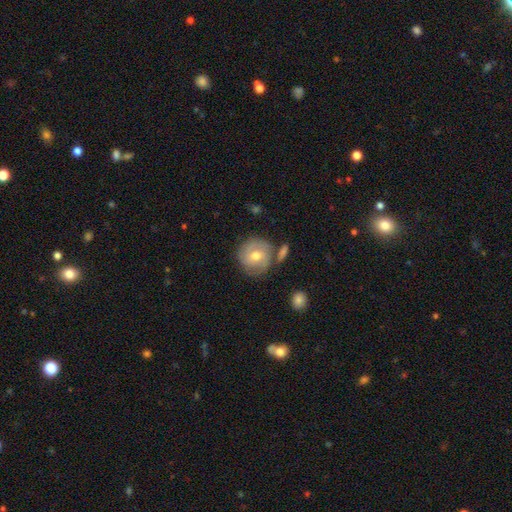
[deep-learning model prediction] Smooth or featured: featured or disk — 58% (smooth — 36%)
Edge-on disk: no — 96% (yes — 4%)
Bar: no — 55% (weak — 37%)
Spiral arms: yes — 83% (no — 17%)
Bulge size: moderate — 76% (small — 17%)
Merging: none — 69% (minor disturbance — 17%)